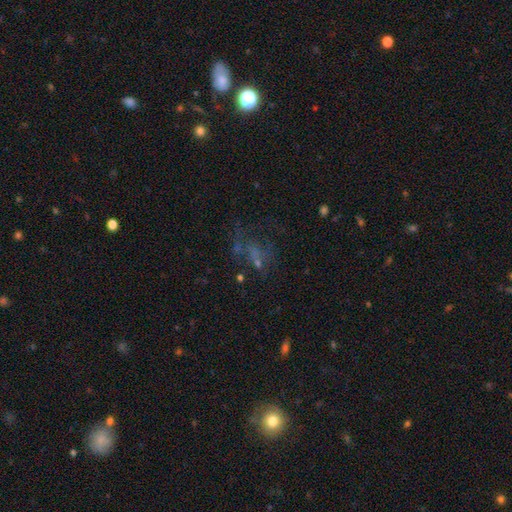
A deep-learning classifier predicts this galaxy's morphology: type=featured or disk (38%); merging=none (37%, tied with major disturbance).